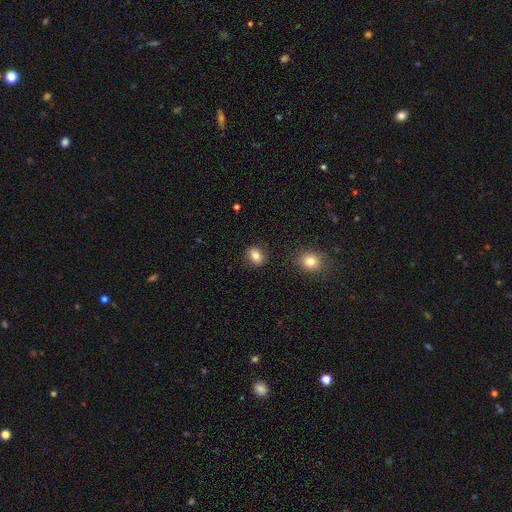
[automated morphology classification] Overall: smooth (83%). How rounded: in between (52%; round 47%). Merging: none (87%).